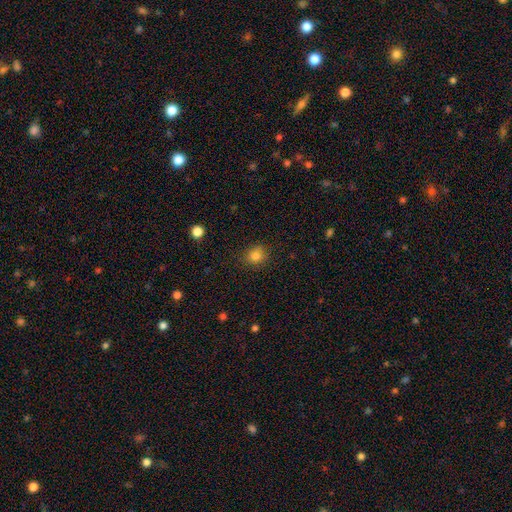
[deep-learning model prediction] Smooth or featured? smooth (82%)
How rounded? round (78%)
Merging? none (85%)